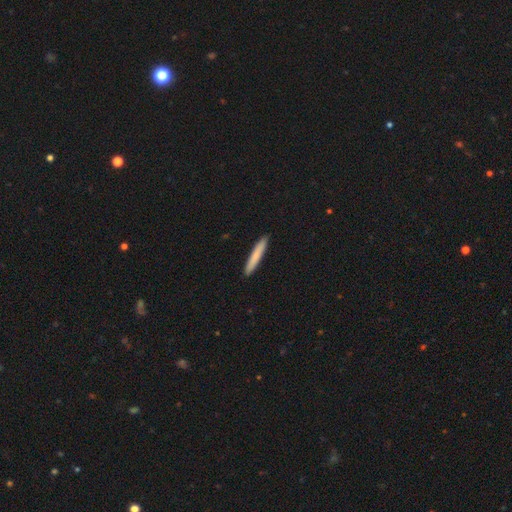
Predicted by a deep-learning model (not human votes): The model was most divided on "smooth or featured": smooth: 79%, featured or disk: 16%, star or artifact: 5%. More confident: how rounded — cigar-shaped (95%); merging — none (92%).